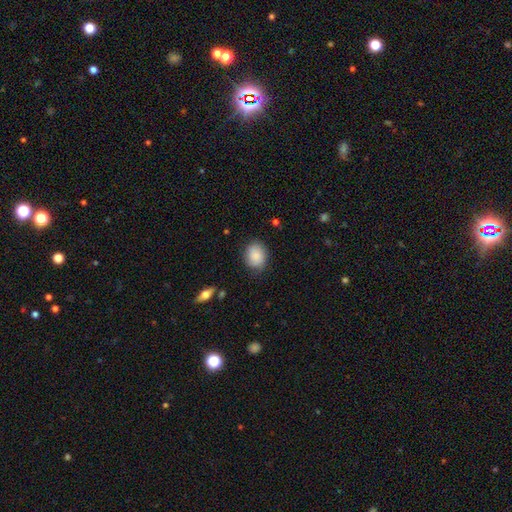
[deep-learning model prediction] smooth 87%, star or artifact 7%, featured or disk 6%. Down the decision tree: how rounded — in between (56%); merging — none (81%).